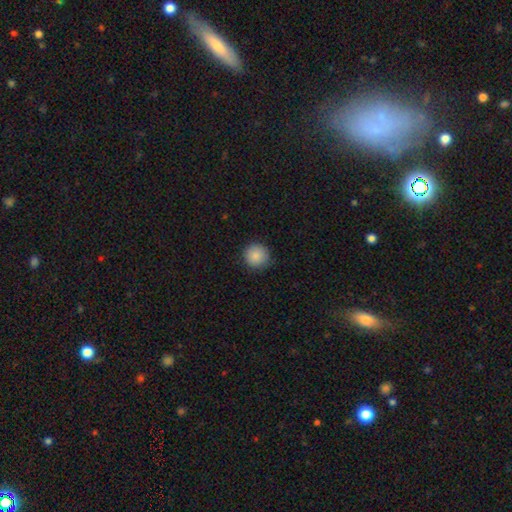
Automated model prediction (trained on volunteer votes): Smooth or featured? Predicted: smooth (p=0.87). How rounded? Predicted: round (p=0.95). Merging? Predicted: none (p=0.87).